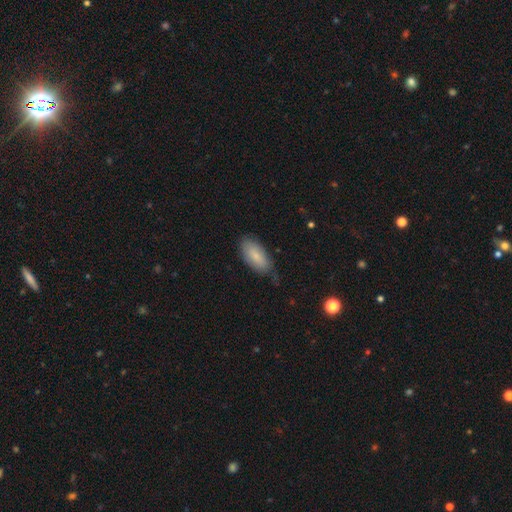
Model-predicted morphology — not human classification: smooth_or_featured: smooth (p=0.80) [alt: featured or disk p=0.14]
how_rounded: in between (p=0.90) [alt: cigar-shaped p=0.08]
merging: none (p=0.67) [alt: minor disturbance p=0.26]